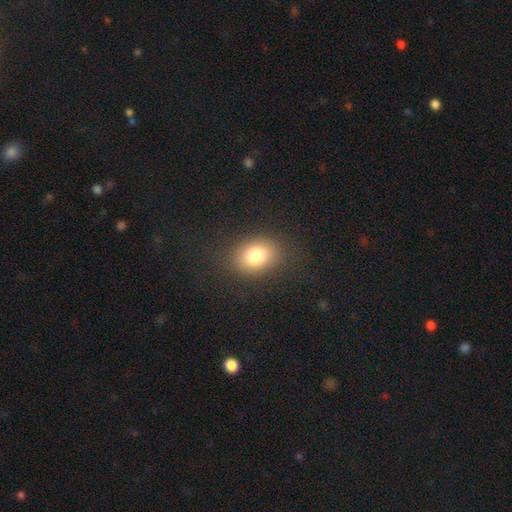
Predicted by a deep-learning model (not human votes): Smooth or featured? smooth (81%)
How rounded? in between (61%)
Merging? none (84%)